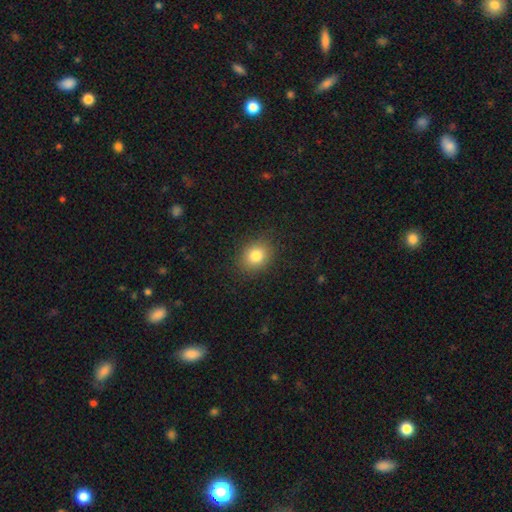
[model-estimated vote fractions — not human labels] smooth_or_featured: smooth (p=0.82) [alt: star or artifact p=0.11]
how_rounded: round (p=0.63) [alt: in between p=0.36]
merging: none (p=0.87) [alt: minor disturbance p=0.09]